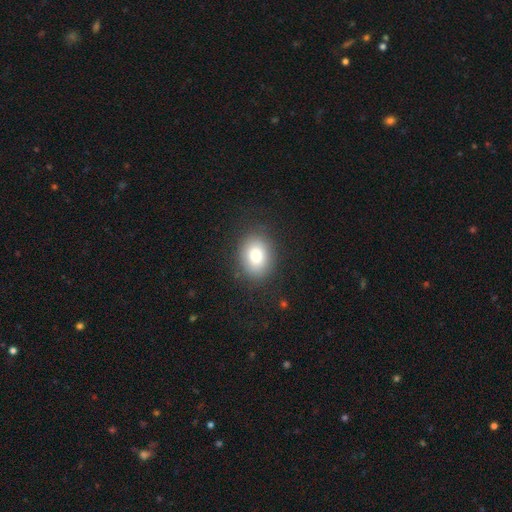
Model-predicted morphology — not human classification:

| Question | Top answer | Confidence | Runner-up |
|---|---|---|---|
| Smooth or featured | smooth | 80% | featured or disk (11%) |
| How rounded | in between | 59% | round (40%) |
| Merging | none | 85% | minor disturbance (10%) |